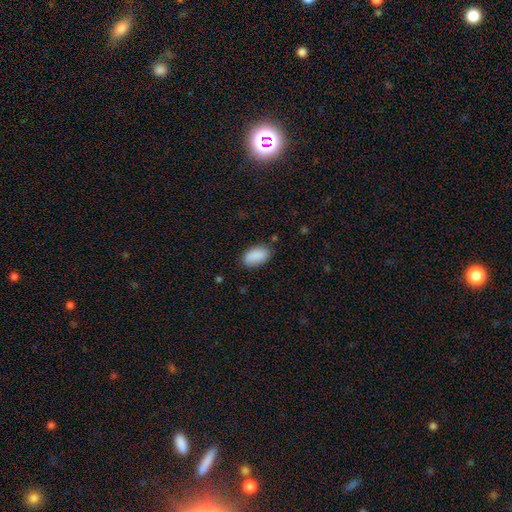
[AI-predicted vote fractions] smooth-or-featured: smooth: 88% | star or artifact: 7% | featured or disk: 5%
  how-rounded: in between: 94% | round: 4% | cigar-shaped: 3%
  merging: none: 79% | minor disturbance: 16% | major disturbance: 4% | merger: 2%